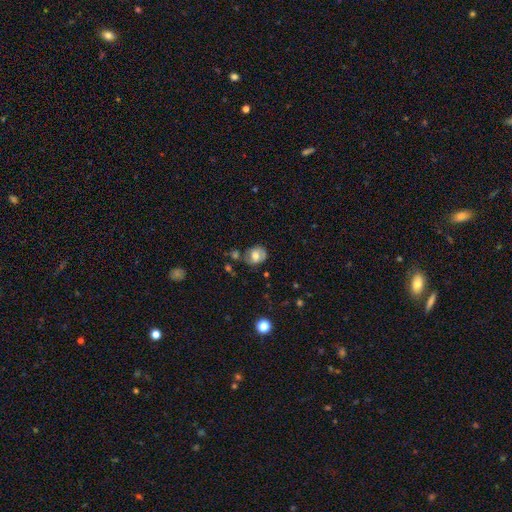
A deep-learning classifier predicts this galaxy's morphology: Overall: smooth (54%; featured or disk 37%). How rounded: round (59%; in between 40%). Merging: none (63%).